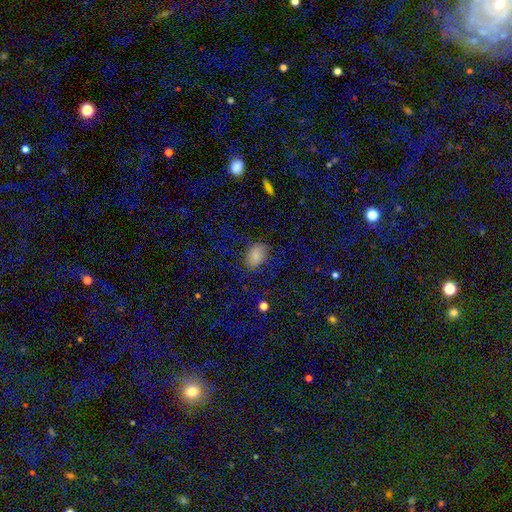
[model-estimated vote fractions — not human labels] smooth_or_featured: smooth (p=0.82) [alt: star or artifact p=0.11]
how_rounded: in between (p=0.82) [alt: round p=0.17]
merging: none (p=0.77) [alt: minor disturbance p=0.16]